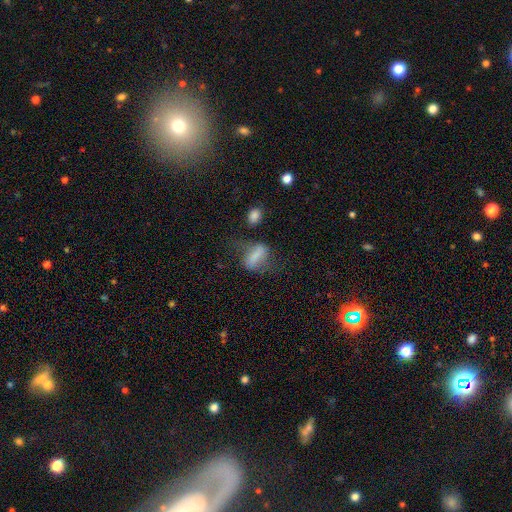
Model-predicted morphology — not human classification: Smooth or featured? smooth (57%)
How rounded? in between (76%)
Merging? none (39%)